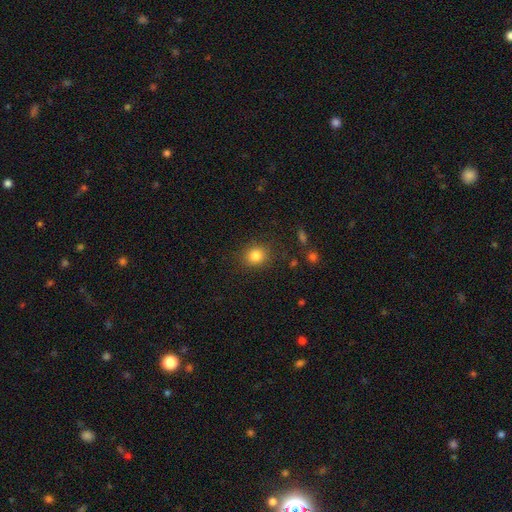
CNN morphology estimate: A smooth galaxy with no disk features (83%) that is round (79%).

Vote fractions:
- Smooth or featured? smooth: 83% / star or artifact: 11% / featured or disk: 6%
- How rounded? round: 79% / in between: 20% / cigar-shaped: 1%
- Merging? none: 86% / minor disturbance: 9% / major disturbance: 3% / merger: 1%